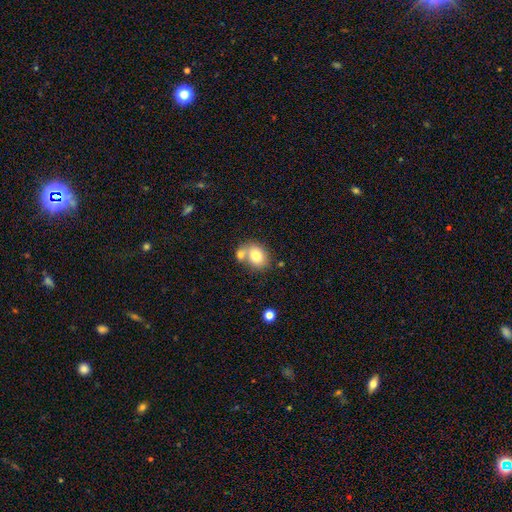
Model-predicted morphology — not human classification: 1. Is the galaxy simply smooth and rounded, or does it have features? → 76% smooth, 15% featured or disk, 8% star or artifact.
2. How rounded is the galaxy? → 57% in between, 42% round, 1% cigar-shaped.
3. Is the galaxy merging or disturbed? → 42% none (tied), 42% merger (tied), 12% minor disturbance, 4% major disturbance.